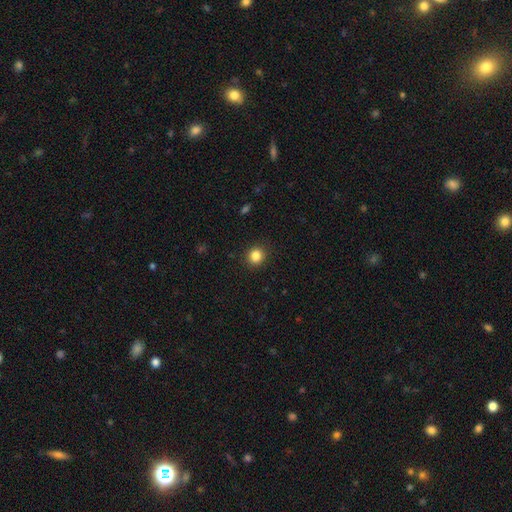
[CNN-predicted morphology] This is clearly a smooth galaxy (85%). How rounded: clearly round (85%). Merging: clearly none (90%).